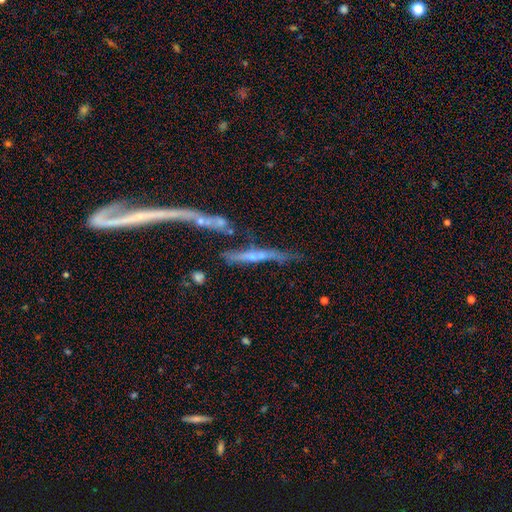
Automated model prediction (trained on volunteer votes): This is likely a featured or disk galaxy (60%). It is likely viewed edge-on (73%). Merging: marginally none (39%).